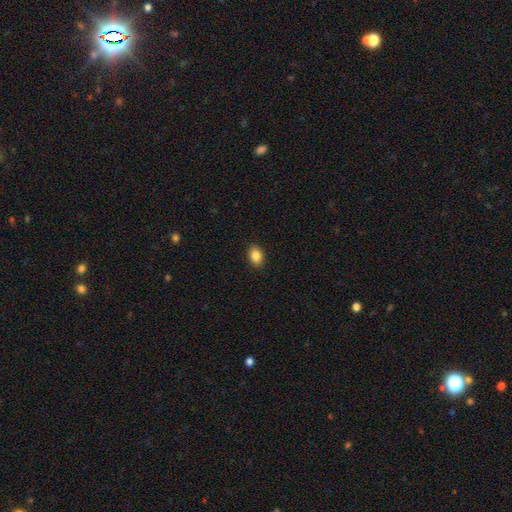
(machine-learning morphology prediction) Smooth or featured?
  - smooth: 86% *
  - star or artifact: 8%
  - featured or disk: 5%
How rounded?
  - in between: 80% *
  - round: 18%
  - cigar-shaped: 1%
Merging?
  - none: 90% *
  - minor disturbance: 7%
  - major disturbance: 2%
  - merger: 1%